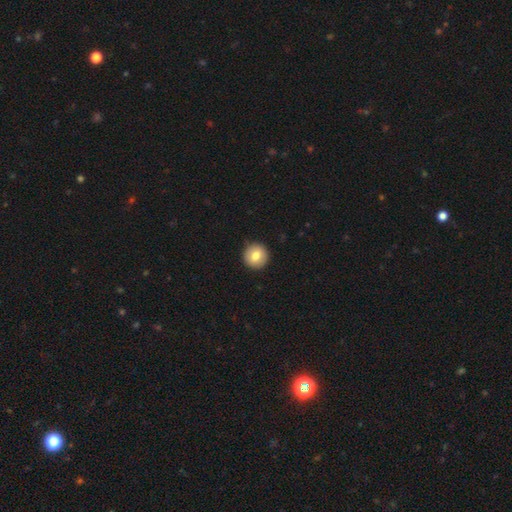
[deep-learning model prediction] Smooth or featured: smooth — 78% (featured or disk — 14%)
How rounded: round — 95% (in between — 4%)
Merging: none — 92% (minor disturbance — 5%)